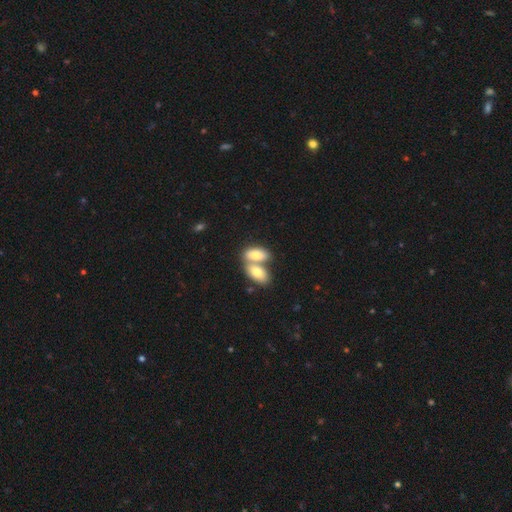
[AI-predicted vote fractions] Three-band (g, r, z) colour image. It shows a smooth galaxy with no disk features (76%) that is in between round and cigar-shaped (91%). Merging: merger (65%).